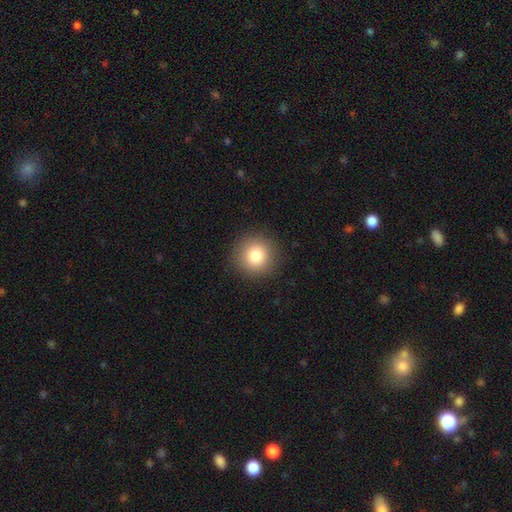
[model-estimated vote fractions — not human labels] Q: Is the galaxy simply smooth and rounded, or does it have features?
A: smooth — 81%.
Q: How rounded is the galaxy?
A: round — 94%.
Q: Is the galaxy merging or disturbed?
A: none — 91%.